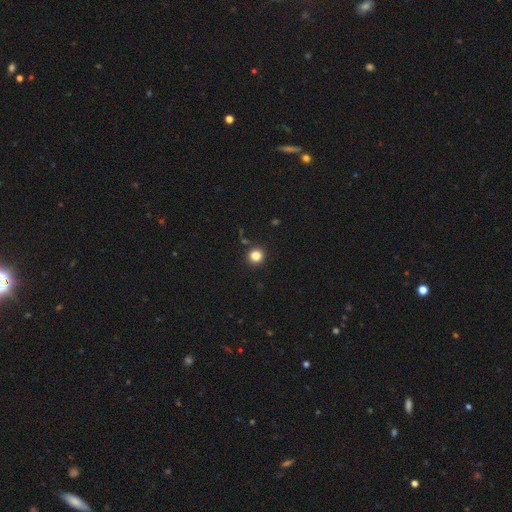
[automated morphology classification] Smooth or featured? Predicted: smooth (p=0.83). How rounded? Predicted: round (p=0.95). Merging? Predicted: none (p=0.91).